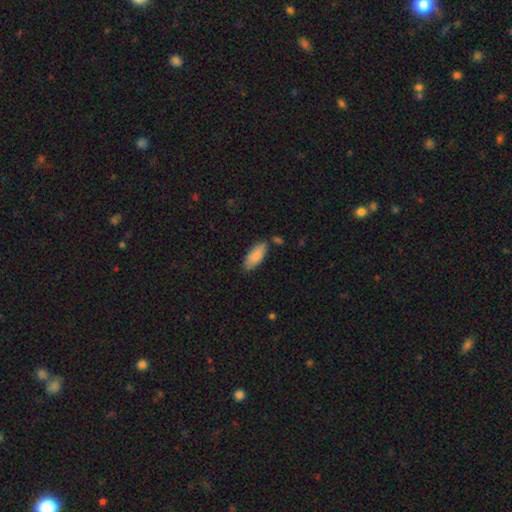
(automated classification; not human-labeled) Smooth or featured? Predicted: smooth (p=0.88). How rounded? Predicted: in between (p=0.79). Merging? Predicted: none (p=0.76).